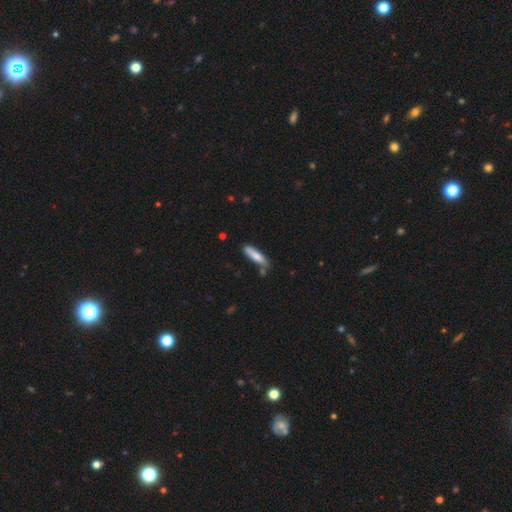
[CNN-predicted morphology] Overall: smooth (73%). How rounded: cigar-shaped (75%). Merging: none (67%).